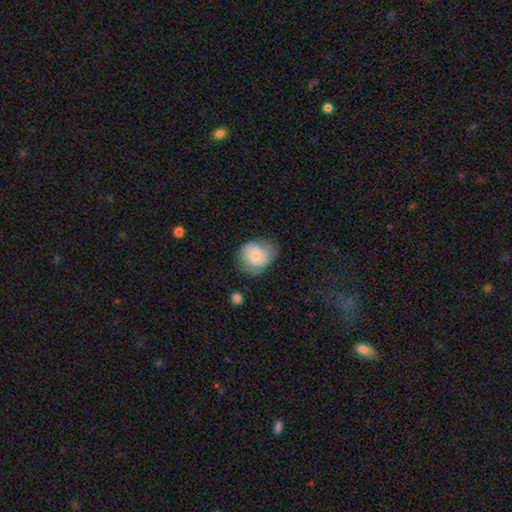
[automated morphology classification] Smooth or featured: smooth — 53% (featured or disk — 39%)
How rounded: round — 70% (in between — 29%)
Merging: none — 60% (minor disturbance — 27%)